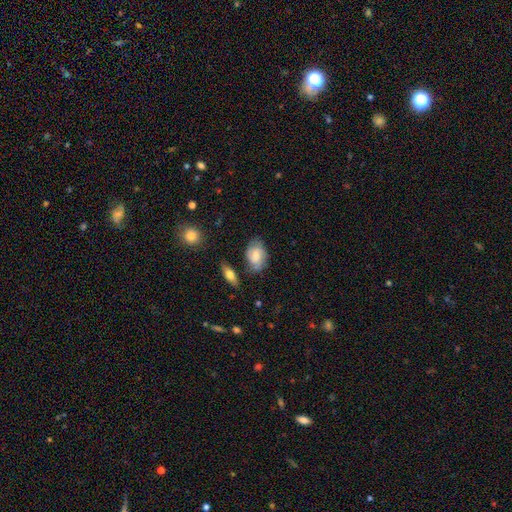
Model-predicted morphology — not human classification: A smooth galaxy with no disk features (62%) that is in between round and cigar-shaped (85%). Merging: none (67%).